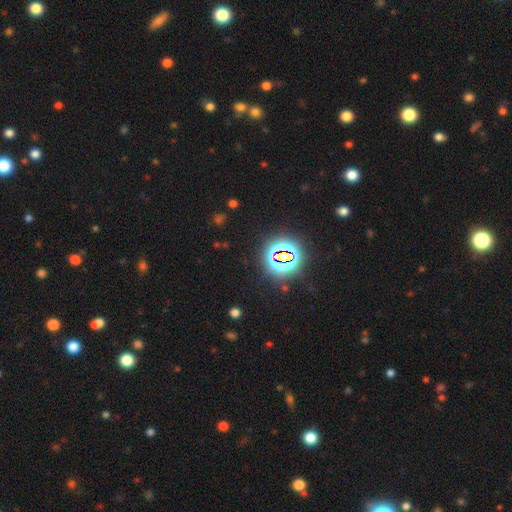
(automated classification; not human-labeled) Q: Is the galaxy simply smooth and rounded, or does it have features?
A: star or artifact — 80%.